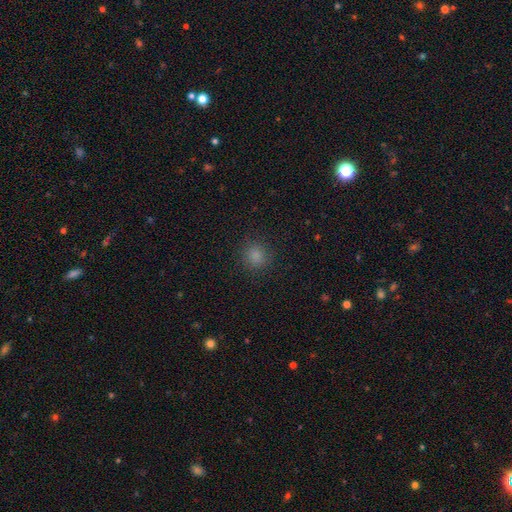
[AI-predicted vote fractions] Q: Smooth or featured?
A: smooth (84%); runner-up: star or artifact (13%)
Q: How rounded?
A: round (87%); runner-up: in between (12%)
Q: Merging?
A: none (88%); runner-up: minor disturbance (8%)